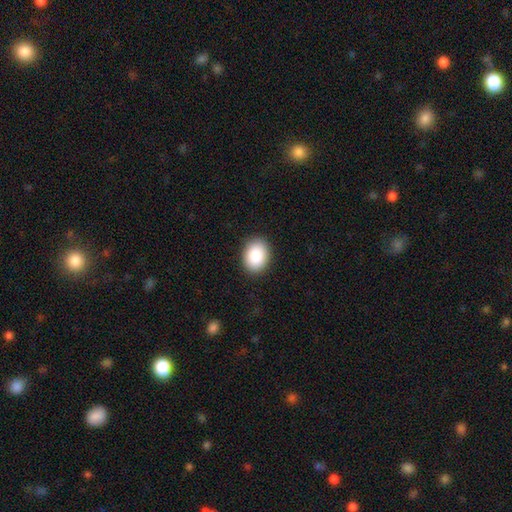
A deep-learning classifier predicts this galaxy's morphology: This appears to be a smooth galaxy with no disk features (89%) that is in between round and cigar-shaped (73%). Merging: none (90%).